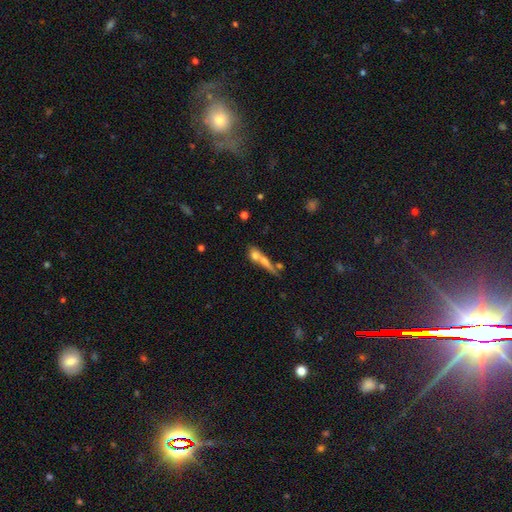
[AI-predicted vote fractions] Smooth or featured? Predicted: smooth (p=0.55). How rounded? Predicted: cigar-shaped (p=0.54). Merging? Predicted: merger (p=0.47).